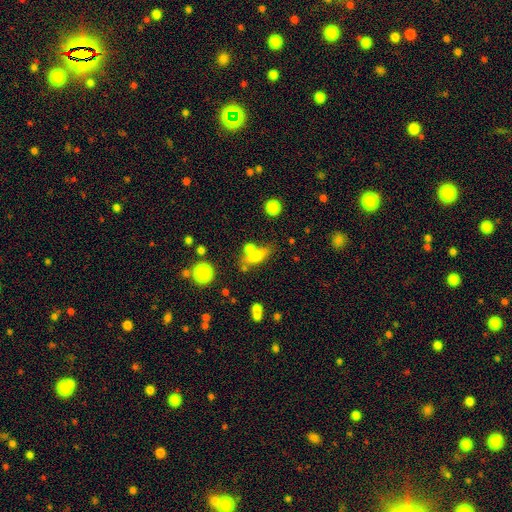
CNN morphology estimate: This is likely a smooth galaxy (65%). How rounded: possibly in between (58%). Merging: possibly none (50%).